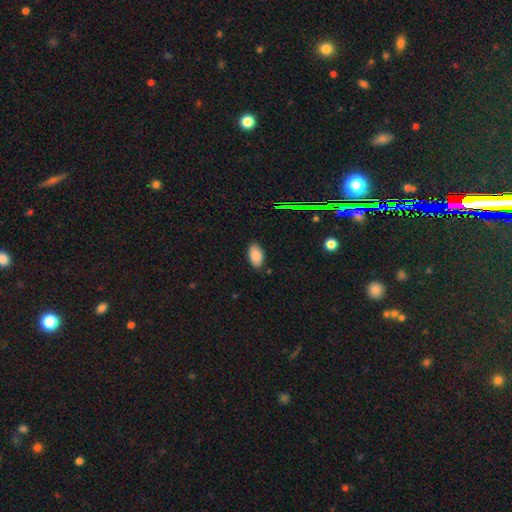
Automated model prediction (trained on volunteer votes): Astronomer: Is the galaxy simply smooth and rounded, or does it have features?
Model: smooth — 87%.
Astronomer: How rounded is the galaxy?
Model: in between — 95%.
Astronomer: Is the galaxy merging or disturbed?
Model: none — 85%.